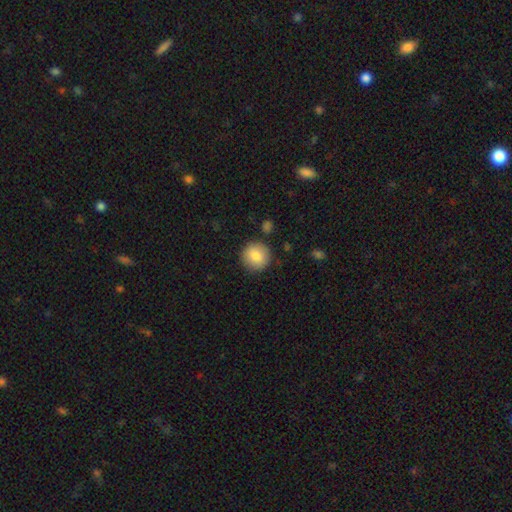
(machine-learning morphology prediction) This appears to be a smooth galaxy with no disk features (85%) that is round (94%). Merging: none (88%).